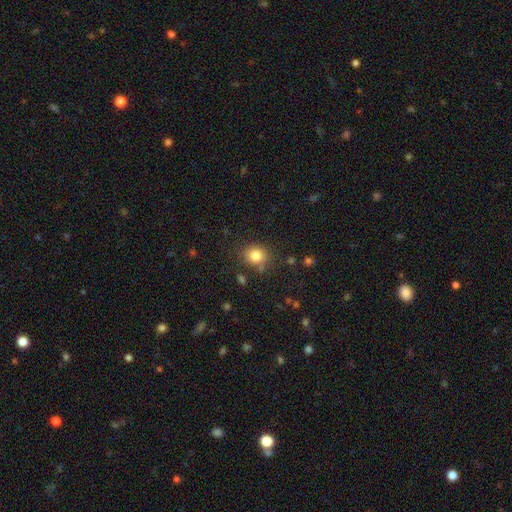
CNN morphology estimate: Overall: smooth (83%). How rounded: round (66%; in between 33%). Merging: none (79%).